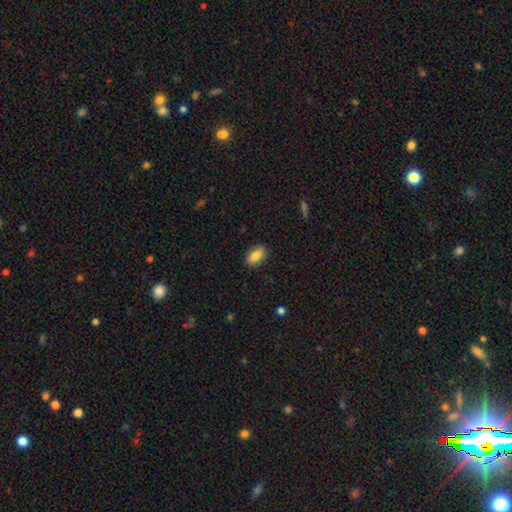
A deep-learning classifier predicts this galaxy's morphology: A smooth galaxy with no disk features (79%) that is in between round and cigar-shaped (85%). Merging: none (86%).